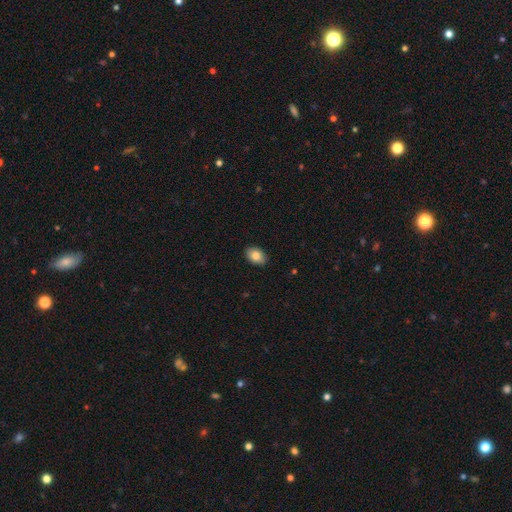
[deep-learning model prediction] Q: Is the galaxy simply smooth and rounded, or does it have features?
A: smooth — 84%.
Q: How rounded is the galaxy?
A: in between — 85%.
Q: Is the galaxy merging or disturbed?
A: none — 89%.